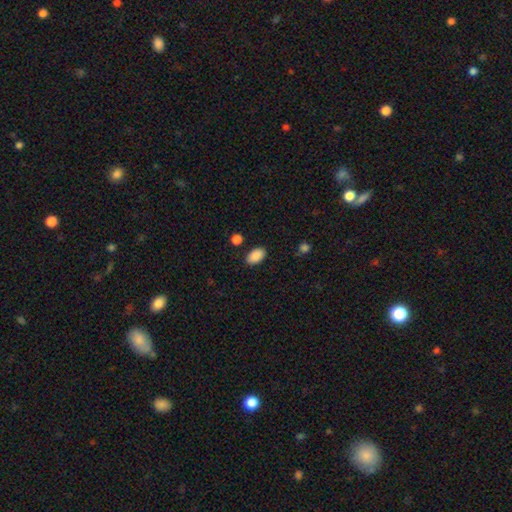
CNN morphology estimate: Q: Smooth or featured?
A: smooth (89%); runner-up: star or artifact (7%)
Q: How rounded?
A: in between (93%); runner-up: round (6%)
Q: Merging?
A: none (86%); runner-up: minor disturbance (10%)